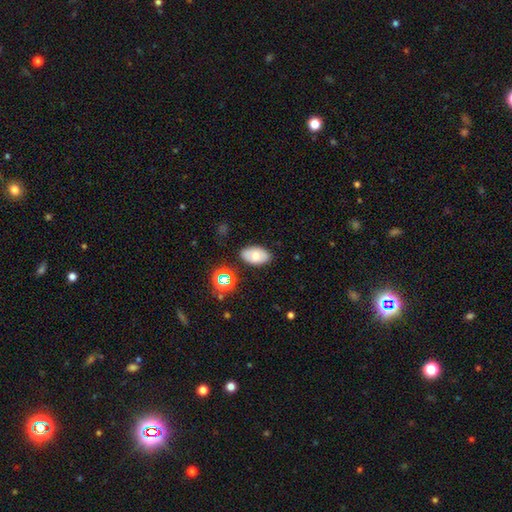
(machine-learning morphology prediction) The model was most divided on "smooth or featured": smooth: 64%, featured or disk: 25%, star or artifact: 11%. More confident: how rounded — in between (91%); merging — none (84%).